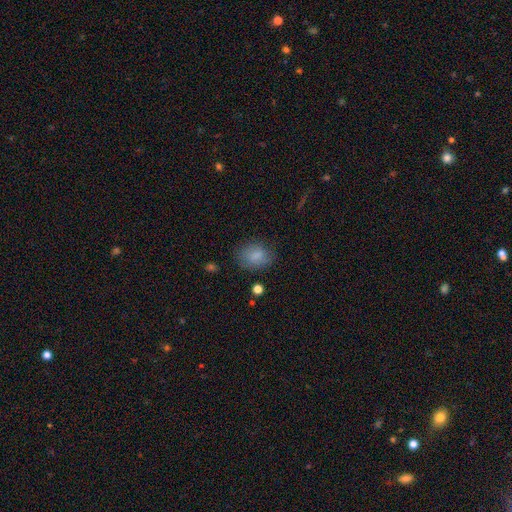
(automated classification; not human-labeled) Q: Smooth or featured?
A: smooth (82%); runner-up: featured or disk (9%)
Q: How rounded?
A: in between (64%); runner-up: round (35%)
Q: Merging?
A: none (73%); runner-up: minor disturbance (19%)